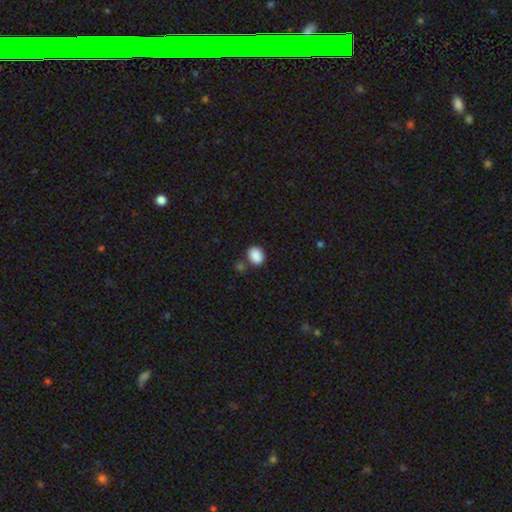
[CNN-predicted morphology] Q: Smooth or featured?
A: smooth (88%); runner-up: star or artifact (8%)
Q: How rounded?
A: in between (58%); runner-up: round (41%)
Q: Merging?
A: none (75%); runner-up: minor disturbance (12%)